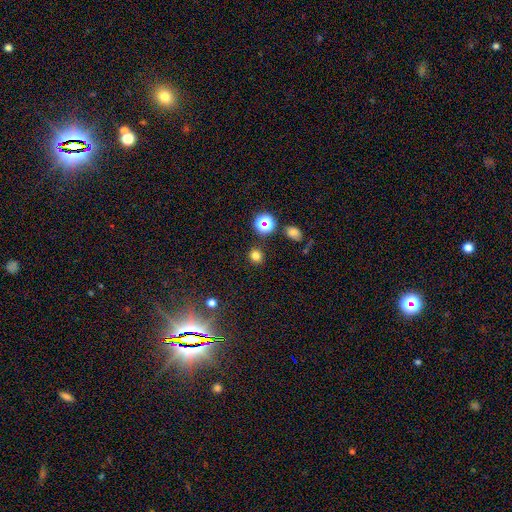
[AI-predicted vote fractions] smooth_or_featured: smooth (p=0.76) [alt: star or artifact p=0.19]
how_rounded: round (p=0.84) [alt: in between p=0.15]
merging: none (p=0.88) [alt: minor disturbance p=0.07]